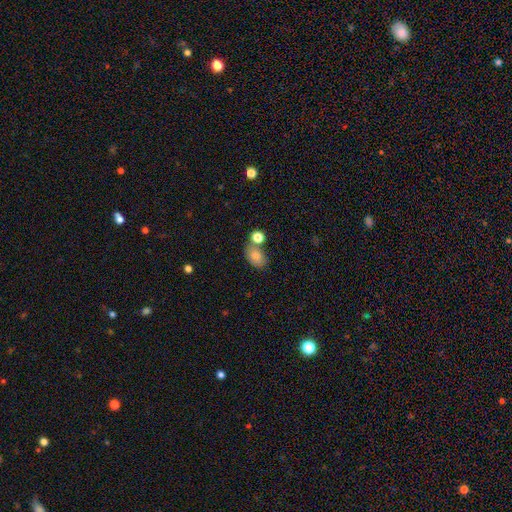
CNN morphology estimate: This appears to be a smooth galaxy with no disk features (80%) that is in between round and cigar-shaped (77%). Merging: none (50%).